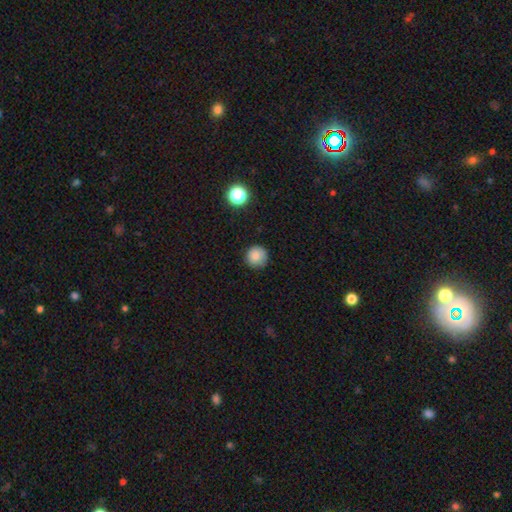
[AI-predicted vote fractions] This is clearly a smooth galaxy (83%). How rounded: clearly round (95%). Merging: clearly none (87%).